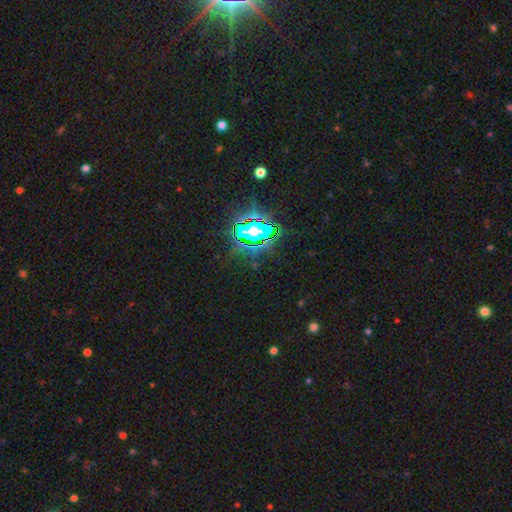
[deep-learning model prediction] Smooth or featured? star or artifact (85%)